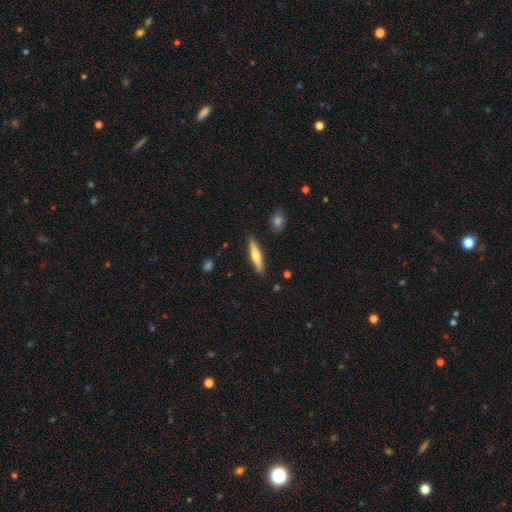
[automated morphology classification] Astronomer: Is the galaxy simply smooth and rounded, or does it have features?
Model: smooth — 50% (runner-up: featured or disk, 45%).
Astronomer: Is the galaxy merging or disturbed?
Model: none — 89%.